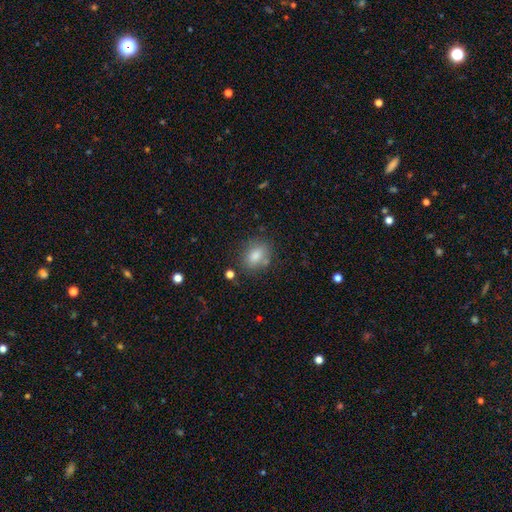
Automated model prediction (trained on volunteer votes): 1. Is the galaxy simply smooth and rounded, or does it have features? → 82% smooth, 9% star or artifact, 9% featured or disk.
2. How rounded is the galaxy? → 69% in between, 30% round, 2% cigar-shaped.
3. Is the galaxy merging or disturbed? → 74% none, 15% minor disturbance, 6% merger, 5% major disturbance.